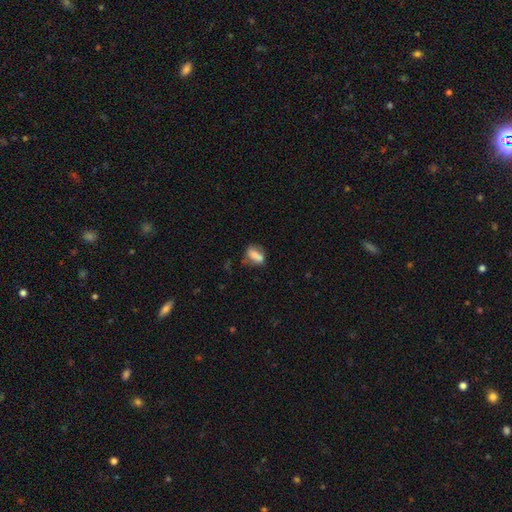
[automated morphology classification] Q: Smooth or featured?
A: smooth (74%); runner-up: featured or disk (17%)
Q: How rounded?
A: in between (74%); runner-up: cigar-shaped (14%)
Q: Merging?
A: none (53%); runner-up: minor disturbance (25%)